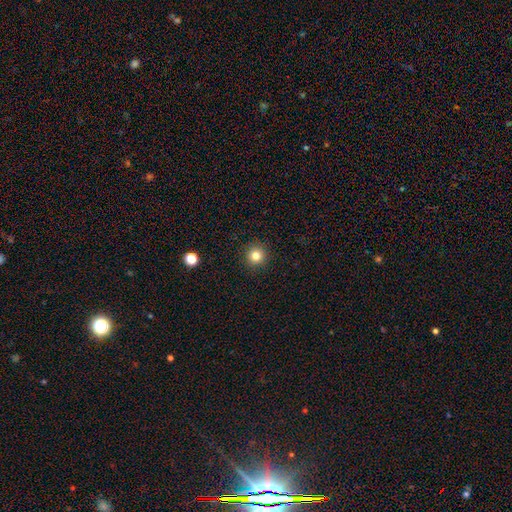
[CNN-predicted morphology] smooth 82%, star or artifact 12%, featured or disk 6%. Down the decision tree: how rounded — round (95%); merging — none (92%).